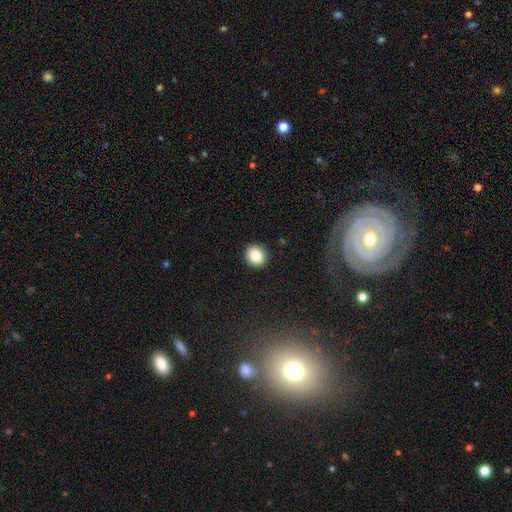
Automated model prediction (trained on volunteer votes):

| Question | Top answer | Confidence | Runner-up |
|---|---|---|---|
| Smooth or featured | smooth | 85% | star or artifact (9%) |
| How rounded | round | 75% | in between (24%) |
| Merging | none | 91% | minor disturbance (6%) |